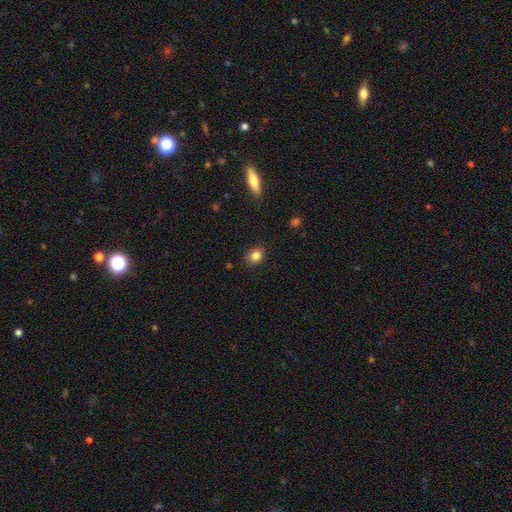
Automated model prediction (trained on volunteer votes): smooth-or-featured: smooth: 84% | star or artifact: 11% | featured or disk: 6%
  how-rounded: round: 71% | in between: 28% | cigar-shaped: 1%
  merging: none: 84% | minor disturbance: 12% | major disturbance: 3% | merger: 1%